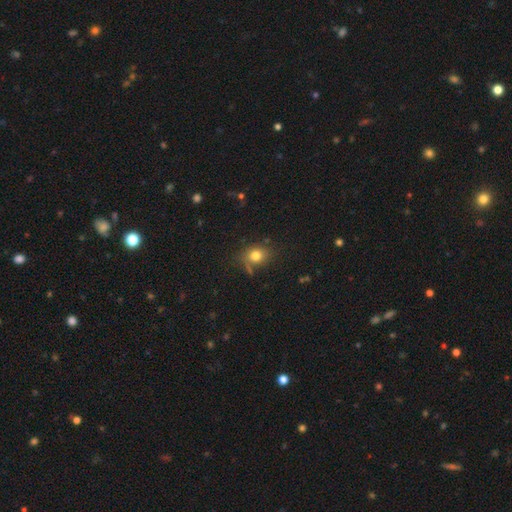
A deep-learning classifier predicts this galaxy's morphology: Overall: smooth (78%). How rounded: round (56%; in between 43%). Merging: none (71%).